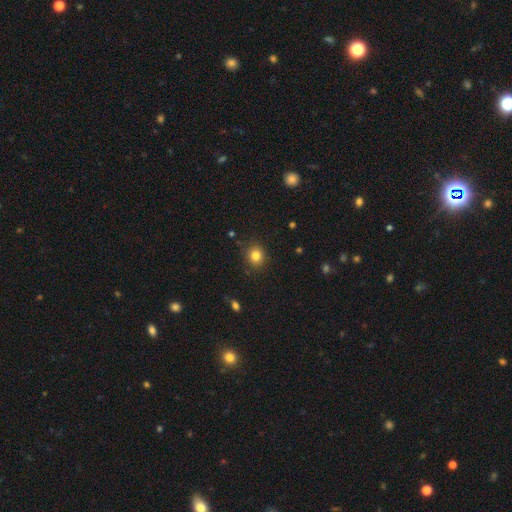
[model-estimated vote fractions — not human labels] Morphology: type=smooth (83%); roundness=round (81%); merging=none (87%).